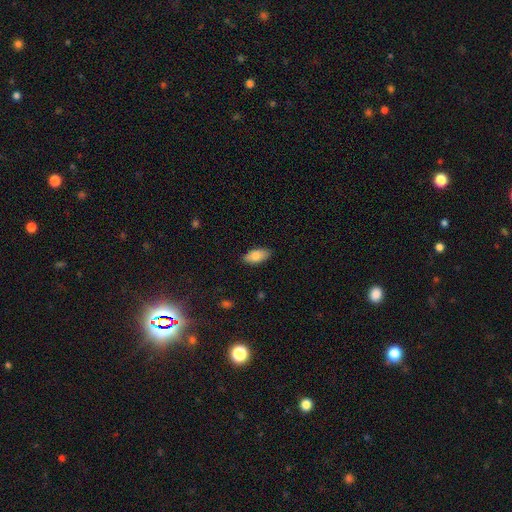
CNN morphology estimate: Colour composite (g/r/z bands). It shows a smooth galaxy with no disk features (82%) that is in between round and cigar-shaped (92%). Merging: none (87%).